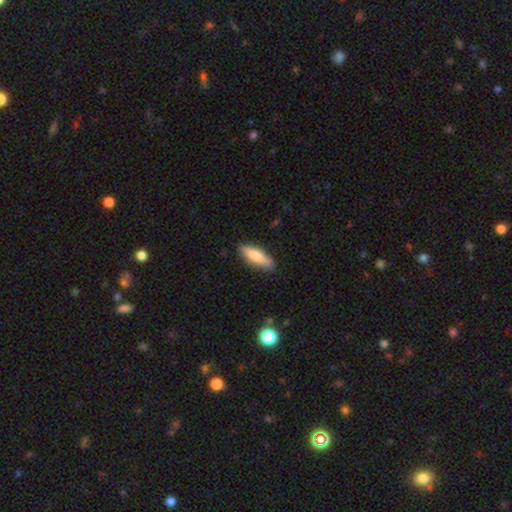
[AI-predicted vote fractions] Q: Smooth or featured?
A: smooth (80%); runner-up: featured or disk (15%)
Q: How rounded?
A: cigar-shaped (55%); runner-up: in between (43%)
Q: Merging?
A: none (86%); runner-up: minor disturbance (11%)